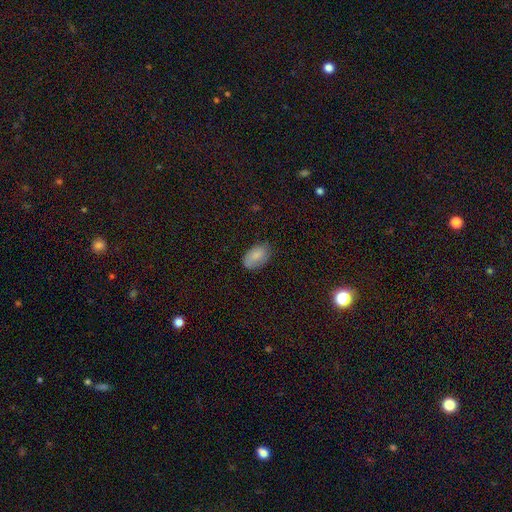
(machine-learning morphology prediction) Smooth or featured? smooth (82%)
How rounded? in between (92%)
Merging? none (75%)